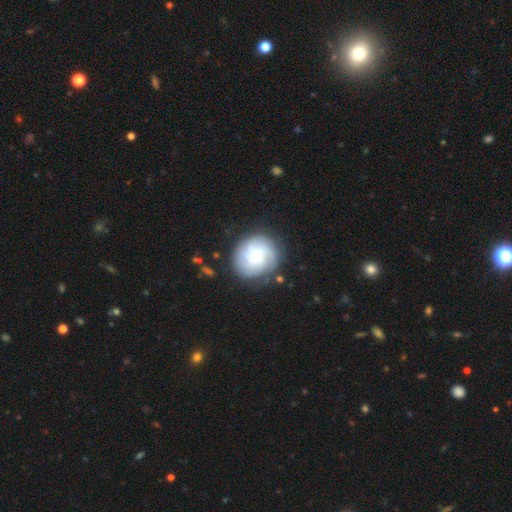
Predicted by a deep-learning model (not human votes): Smooth or featured?
  - featured or disk: 53% *
  - smooth: 39%
  - star or artifact: 8%
Edge-on disk?
  - no: 97% *
  - yes: 3%
Bar?
  - no: 71% *
  - weak: 26%
  - strong: 4%
Spiral arms?
  - yes: 84% *
  - no: 16%
Bulge size?
  - small: 51% *
  - moderate: 36%
  - large: 8%
  - none: 4%
  - dominant: 2%
Merging?
  - none: 75% *
  - minor disturbance: 16%
  - major disturbance: 7%
  - merger: 2%